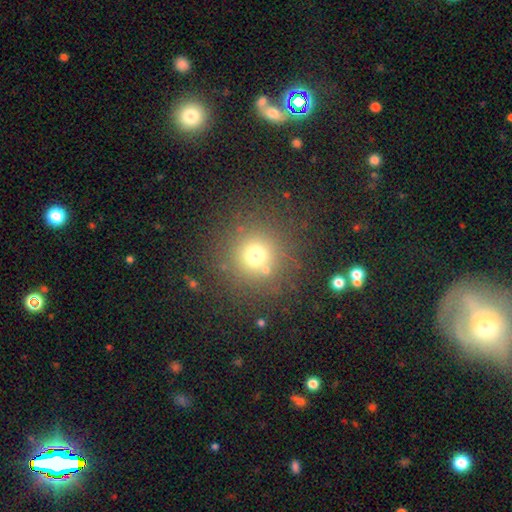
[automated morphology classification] A smooth galaxy with no disk features (69%) that is round (93%). Merging: none (82%).